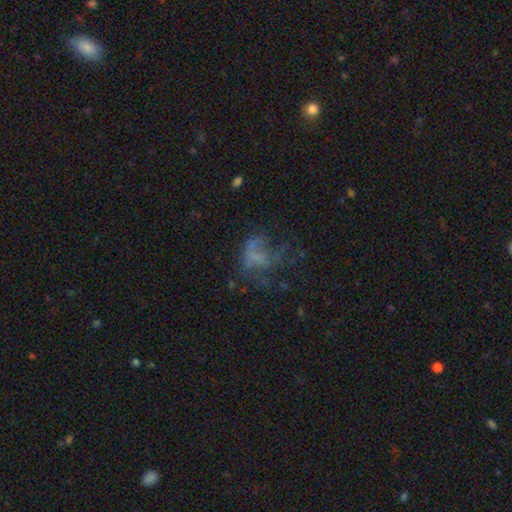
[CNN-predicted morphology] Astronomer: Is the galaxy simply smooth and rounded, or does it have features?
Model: featured or disk — 45% (runner-up: smooth, 32%).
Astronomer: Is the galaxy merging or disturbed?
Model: major disturbance — 46% (runner-up: none, 34%).